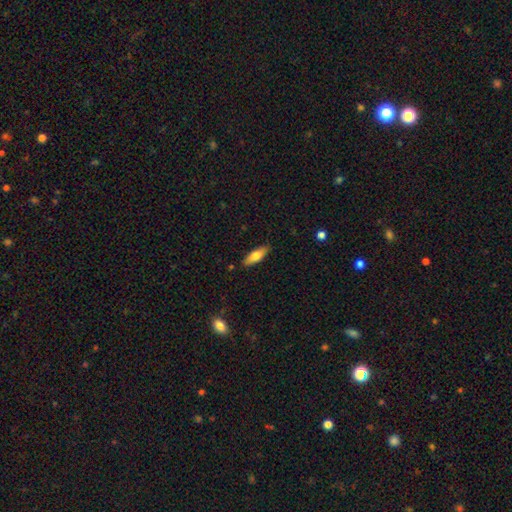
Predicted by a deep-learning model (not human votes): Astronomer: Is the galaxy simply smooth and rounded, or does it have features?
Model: smooth — 68%.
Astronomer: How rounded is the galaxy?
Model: in between — 54% (runner-up: cigar-shaped, 43%).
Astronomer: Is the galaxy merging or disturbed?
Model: none — 86%.